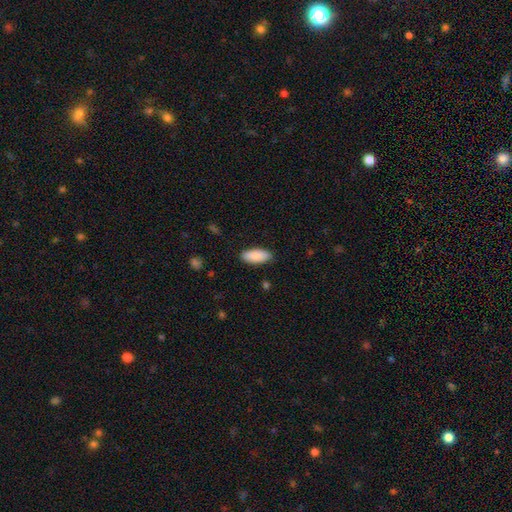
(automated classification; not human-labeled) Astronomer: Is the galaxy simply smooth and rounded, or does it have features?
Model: smooth — 87%.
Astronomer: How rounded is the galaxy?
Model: in between — 83%.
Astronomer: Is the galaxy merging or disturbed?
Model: none — 87%.